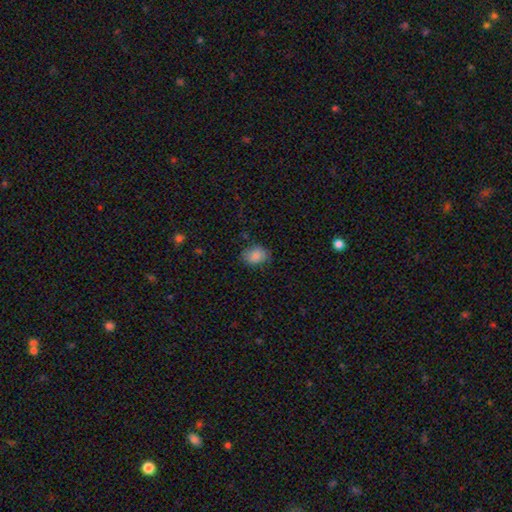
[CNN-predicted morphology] Smooth or featured?
  - smooth: 86% *
  - star or artifact: 8%
  - featured or disk: 6%
How rounded?
  - in between: 68% *
  - round: 31%
  - cigar-shaped: 1%
Merging?
  - none: 77% *
  - minor disturbance: 18%
  - major disturbance: 4%
  - merger: 1%